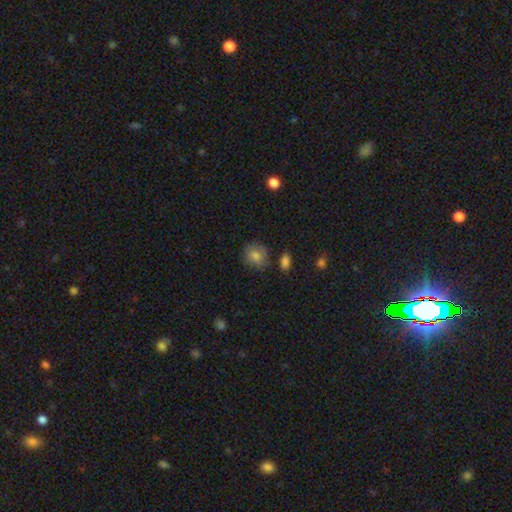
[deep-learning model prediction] smooth_or_featured: smooth (p=0.80) [alt: featured or disk p=0.11]
how_rounded: round (p=0.69) [alt: in between p=0.30]
merging: none (p=0.73) [alt: minor disturbance p=0.18]